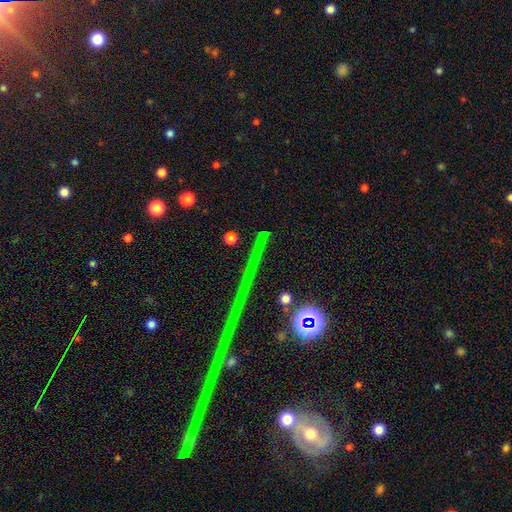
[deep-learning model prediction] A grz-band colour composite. It shows a star or artifact, not a galaxy (77%).